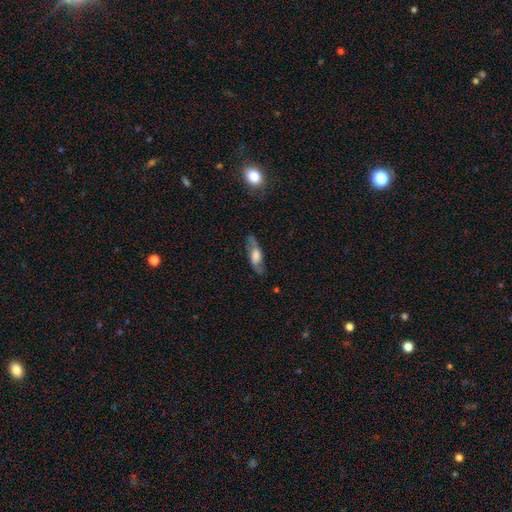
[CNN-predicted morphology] A featured or disk galaxy (52%).

Vote fractions:
- Smooth or featured? featured or disk: 52% / smooth: 40% / star or artifact: 7%
- Edge-on disk? no: 57% / yes: 43%
- Merging? none: 75% / minor disturbance: 17% / major disturbance: 6% / merger: 2%